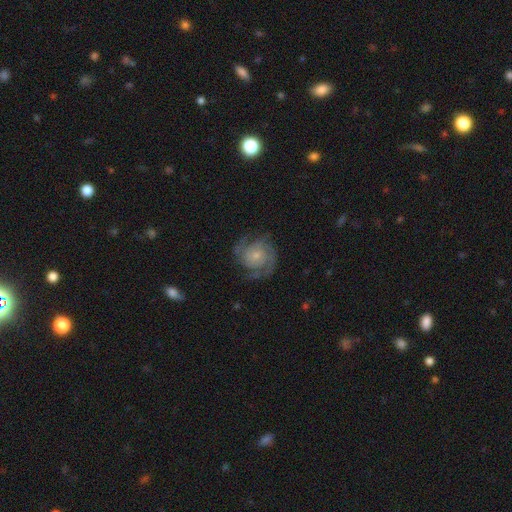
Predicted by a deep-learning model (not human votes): Smooth or featured?
  - featured or disk: 84% *
  - smooth: 10%
  - star or artifact: 5%
Edge-on disk?
  - no: 98% *
  - yes: 2%
Bar?
  - no: 70% *
  - weak: 25%
  - strong: 4%
Spiral arms?
  - yes: 96% *
  - no: 4%
Spiral winding?
  - tight: 53% *
  - medium: 37%
  - loose: 10%
Spiral arm count?
  - 2: 67% *
  - 3: 13%
  - can't tell: 11%
  - 1: 4%
  - 4: 3%
  - more than 4: 3%
Bulge size?
  - small: 60% *
  - moderate: 32%
  - none: 4%
  - large: 3%
  - dominant: 1%
Merging?
  - none: 72% *
  - minor disturbance: 17%
  - major disturbance: 10%
  - merger: 1%